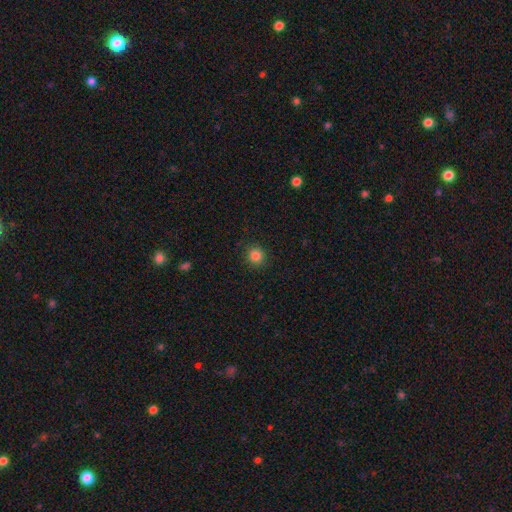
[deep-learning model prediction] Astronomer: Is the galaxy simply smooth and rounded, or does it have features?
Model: smooth — 84%.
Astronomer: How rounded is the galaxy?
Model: round — 93%.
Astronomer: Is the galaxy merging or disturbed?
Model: none — 91%.